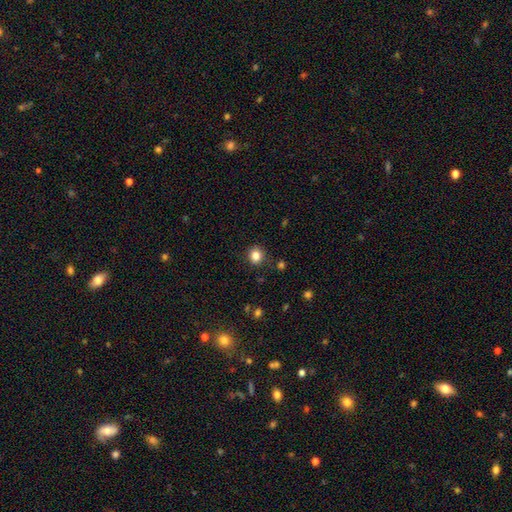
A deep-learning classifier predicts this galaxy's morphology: Smooth or featured? smooth (83%)
How rounded? round (84%)
Merging? none (88%)